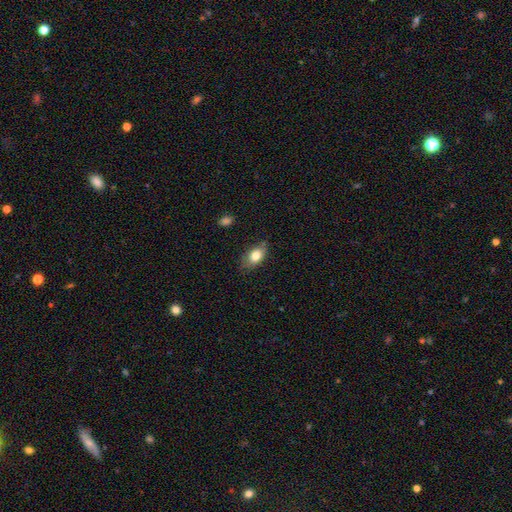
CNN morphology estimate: This is likely a smooth galaxy (79%). How rounded: clearly in between (87%). Merging: likely none (72%).